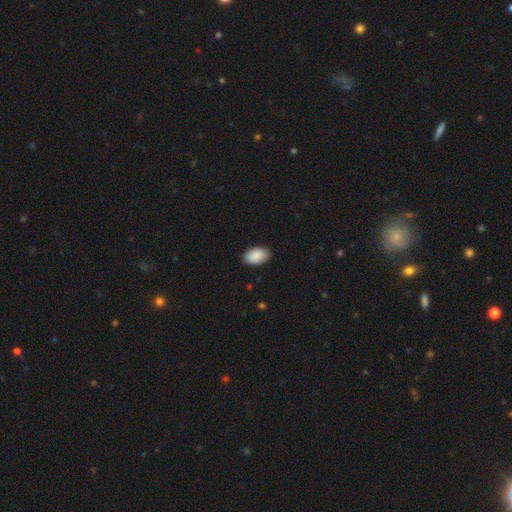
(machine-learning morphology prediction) Q: Smooth or featured?
A: smooth (90%); runner-up: star or artifact (6%)
Q: How rounded?
A: in between (92%); runner-up: round (7%)
Q: Merging?
A: none (86%); runner-up: minor disturbance (11%)